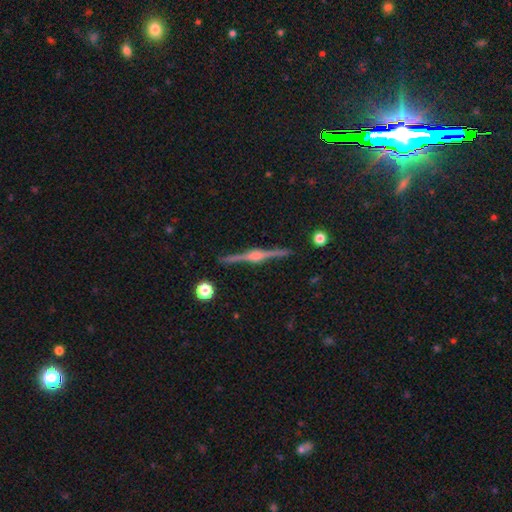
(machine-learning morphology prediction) Overall: featured or disk (86%). Edge-on disk: yes (98%). Edge-on bulge: rounded (87%). Merging: none (92%).